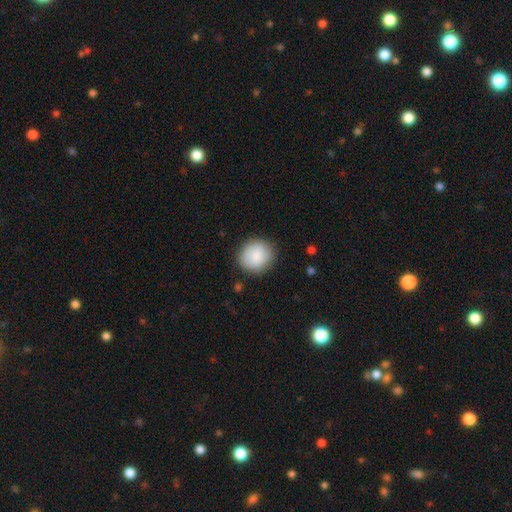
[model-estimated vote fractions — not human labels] A smooth galaxy with no disk features (88%) that is round (82%).

Vote fractions:
- Smooth or featured? smooth: 88% / star or artifact: 7% / featured or disk: 5%
- How rounded? round: 82% / in between: 17% / cigar-shaped: 1%
- Merging? none: 87% / minor disturbance: 9% / major disturbance: 3% / merger: 1%